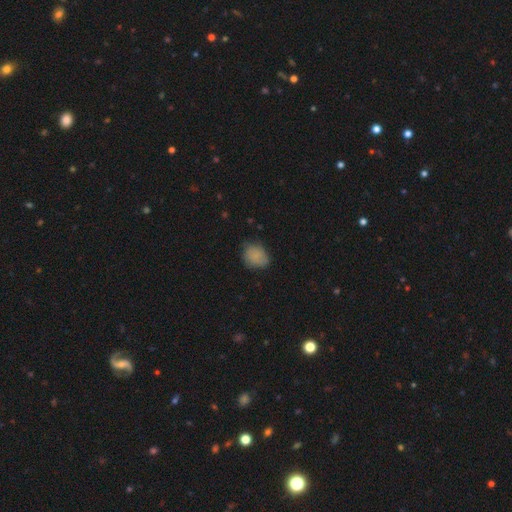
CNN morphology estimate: Smooth or featured? Predicted: smooth (p=0.82). How rounded? Predicted: round (p=0.58). Merging? Predicted: none (p=0.69).